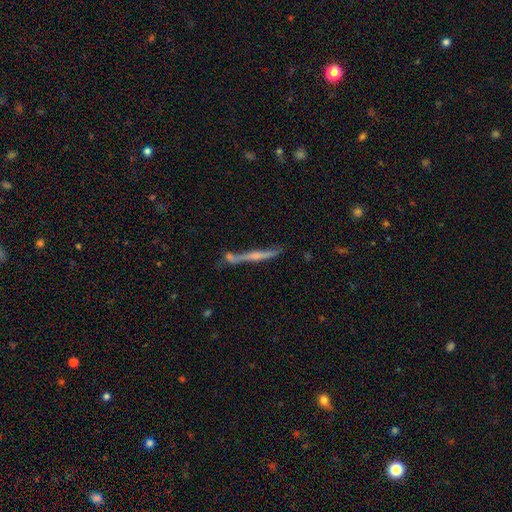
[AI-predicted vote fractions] Smooth or featured: featured or disk — 67% (smooth — 25%)
Edge-on disk: yes — 95% (no — 5%)
Edge-on bulge: rounded — 56% (none — 33%)
Merging: none — 68% (minor disturbance — 15%)